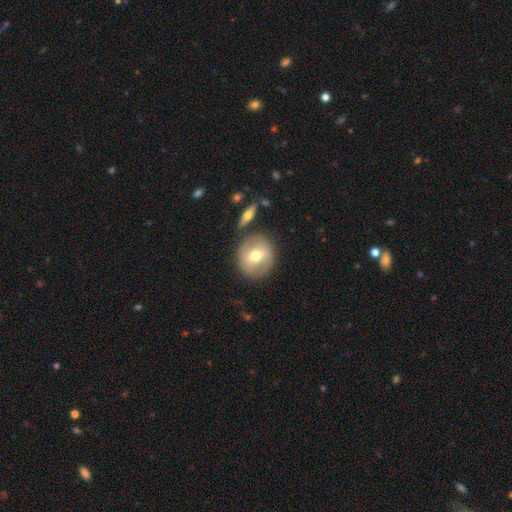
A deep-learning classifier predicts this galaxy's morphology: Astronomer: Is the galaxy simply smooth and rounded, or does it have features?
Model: smooth — 54% (runner-up: featured or disk, 39%).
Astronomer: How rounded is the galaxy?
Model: round — 86%.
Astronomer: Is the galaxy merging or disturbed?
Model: none — 79%.